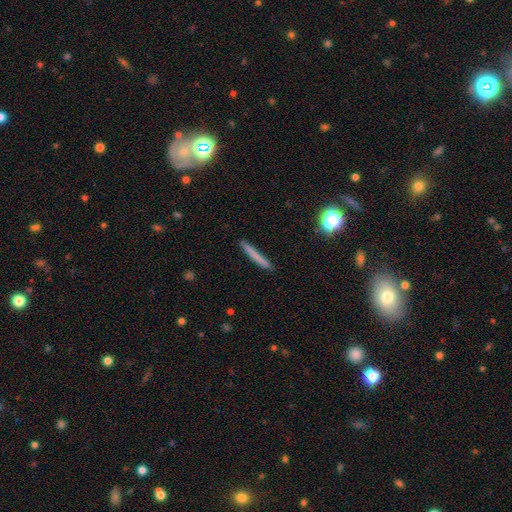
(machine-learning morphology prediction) Overall: smooth (71%). How rounded: cigar-shaped (96%). Merging: none (89%).